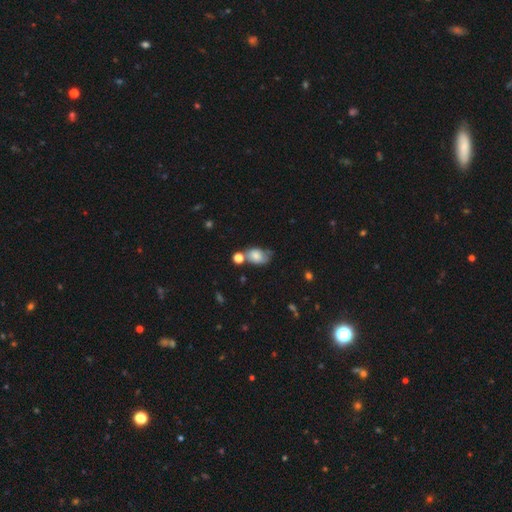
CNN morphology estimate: Smooth or featured: smooth — 74% (featured or disk — 16%)
How rounded: in between — 82% (round — 16%)
Merging: none — 41% (minor disturbance — 28%)